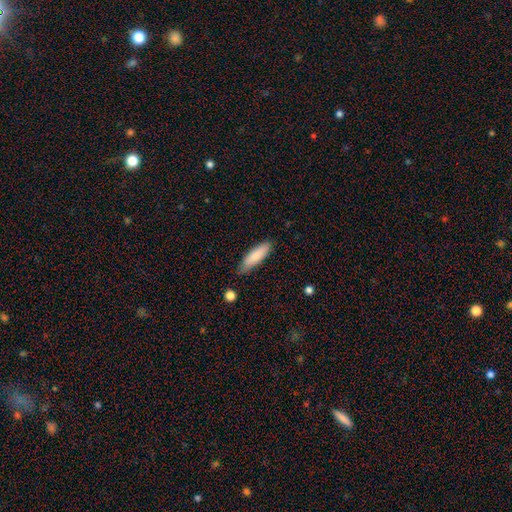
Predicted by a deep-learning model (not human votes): Overall: smooth (81%). How rounded: cigar-shaped (57%; in between 42%). Merging: none (80%).